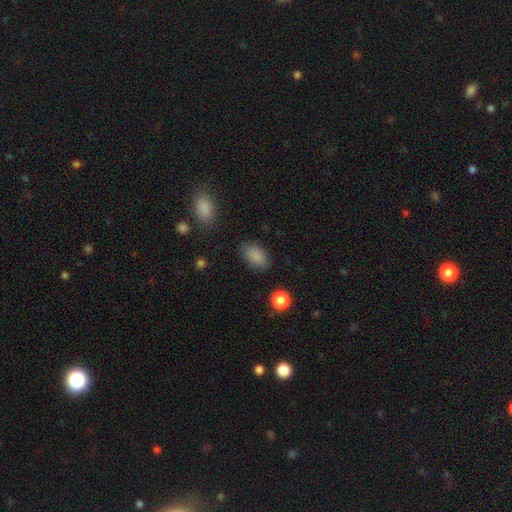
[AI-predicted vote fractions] smooth 85%, star or artifact 10%, featured or disk 5%. Down the decision tree: how rounded — in between (87%); merging — none (80%).